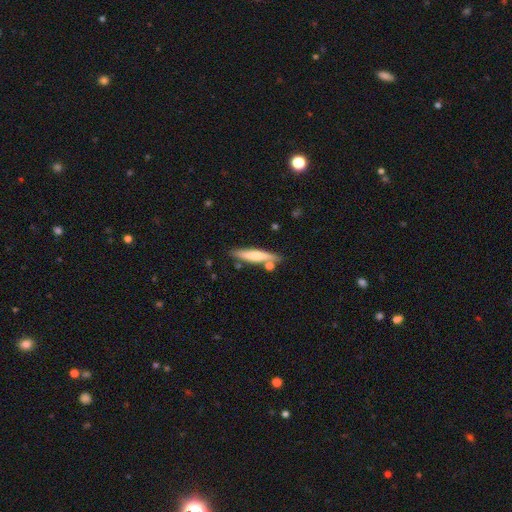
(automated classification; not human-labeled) Q: Smooth or featured?
A: smooth (62%); runner-up: featured or disk (32%)
Q: How rounded?
A: cigar-shaped (87%); runner-up: in between (11%)
Q: Merging?
A: none (76%); runner-up: minor disturbance (12%)